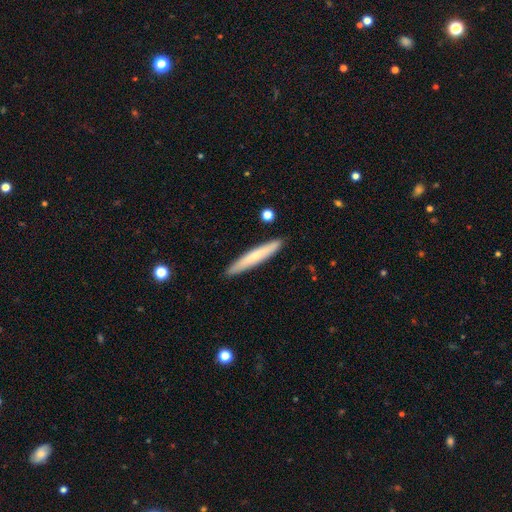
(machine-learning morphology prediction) Q: Smooth or featured?
A: smooth (65%); runner-up: featured or disk (29%)
Q: How rounded?
A: cigar-shaped (95%); runner-up: in between (4%)
Q: Merging?
A: none (90%); runner-up: minor disturbance (7%)